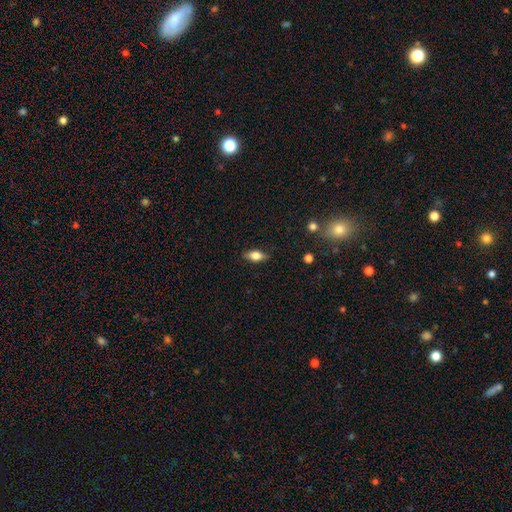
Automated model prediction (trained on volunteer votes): Q: Smooth or featured?
A: smooth (70%); runner-up: featured or disk (22%)
Q: How rounded?
A: in between (82%); runner-up: cigar-shaped (13%)
Q: Merging?
A: none (84%); runner-up: minor disturbance (12%)